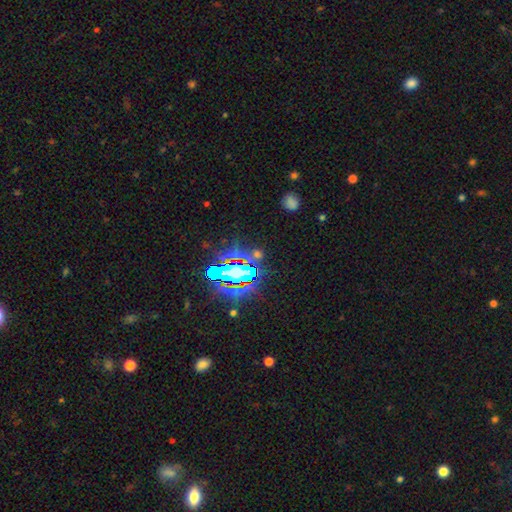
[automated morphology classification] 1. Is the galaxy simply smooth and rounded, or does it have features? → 72% star or artifact, 16% smooth, 12% featured or disk.